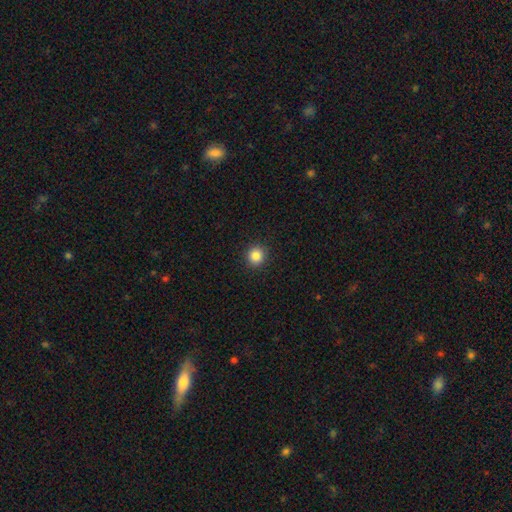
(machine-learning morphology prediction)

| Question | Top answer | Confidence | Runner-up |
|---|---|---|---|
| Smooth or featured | smooth | 85% | star or artifact (11%) |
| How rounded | round | 93% | in between (6%) |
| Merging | none | 92% | minor disturbance (5%) |